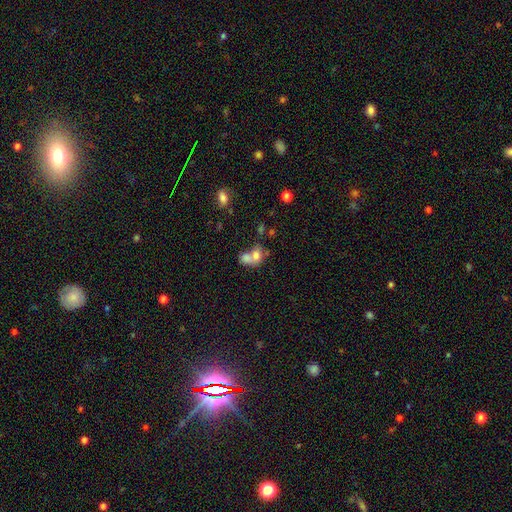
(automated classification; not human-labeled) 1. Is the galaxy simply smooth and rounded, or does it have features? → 72% smooth, 18% featured or disk, 10% star or artifact.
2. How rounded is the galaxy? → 52% in between, 47% round, 1% cigar-shaped.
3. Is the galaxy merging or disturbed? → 69% merger, 20% none, 7% minor disturbance, 4% major disturbance.